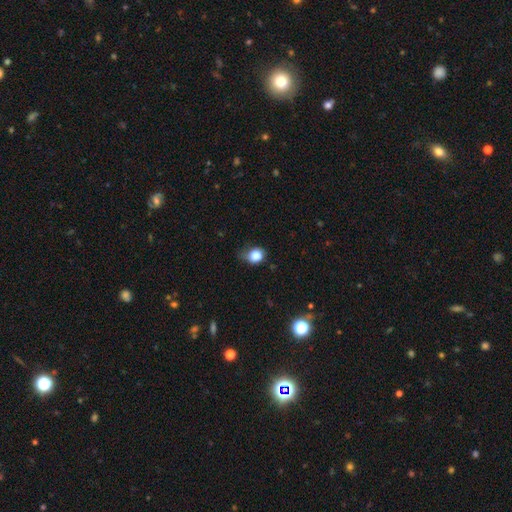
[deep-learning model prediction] Morphology: type=smooth (83%); roundness=round (64%); merging=minor disturbance (41%, tied with none).